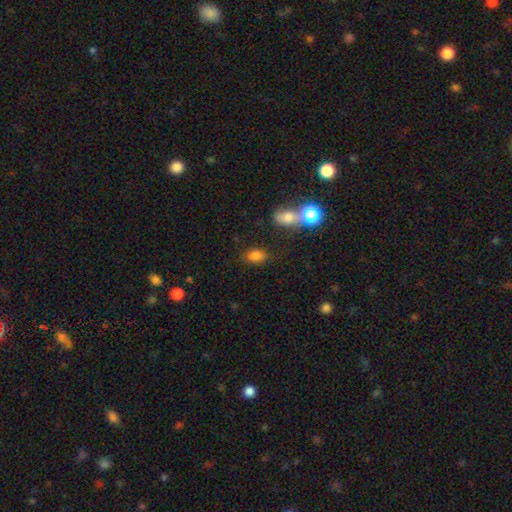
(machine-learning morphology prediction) Smooth or featured? smooth (81%)
How rounded? in between (83%)
Merging? none (78%)